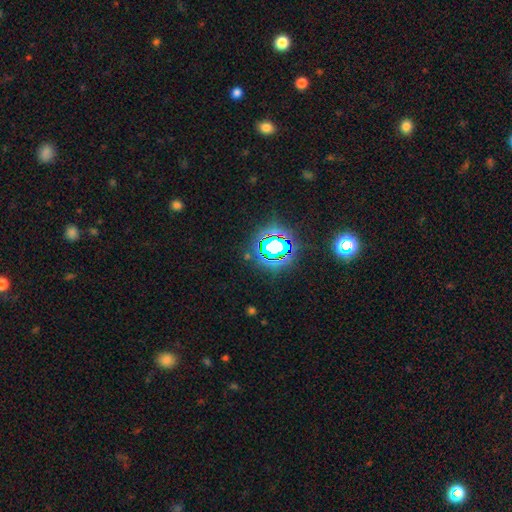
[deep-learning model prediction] smooth-or-featured: star or artifact: 77% | smooth: 15% | featured or disk: 8%